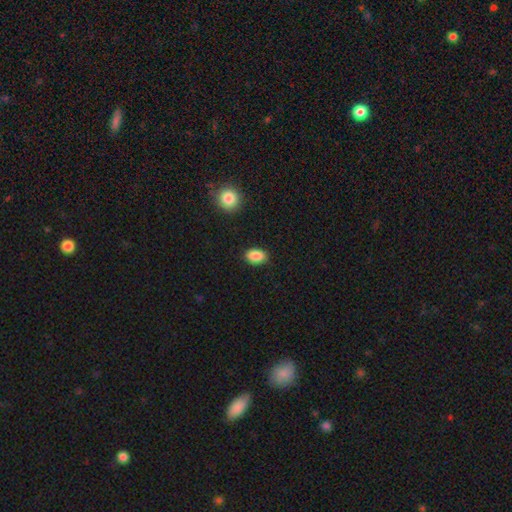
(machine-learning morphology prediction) Smooth or featured? Predicted: smooth (p=0.87). How rounded? Predicted: in between (p=0.88). Merging? Predicted: none (p=0.88).